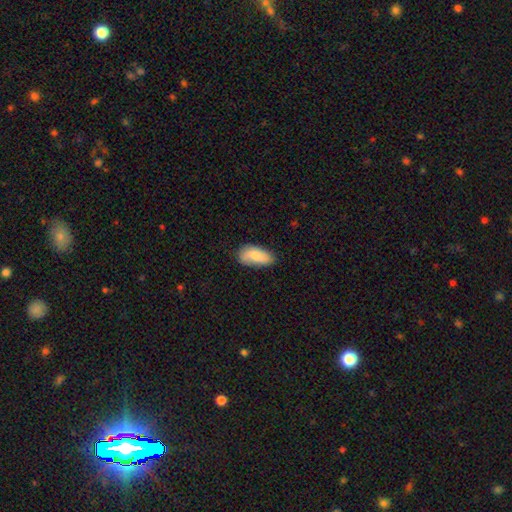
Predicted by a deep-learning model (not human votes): This appears to be a smooth galaxy with no disk features (77%) that is in between round and cigar-shaped (92%). Merging: none (68%).